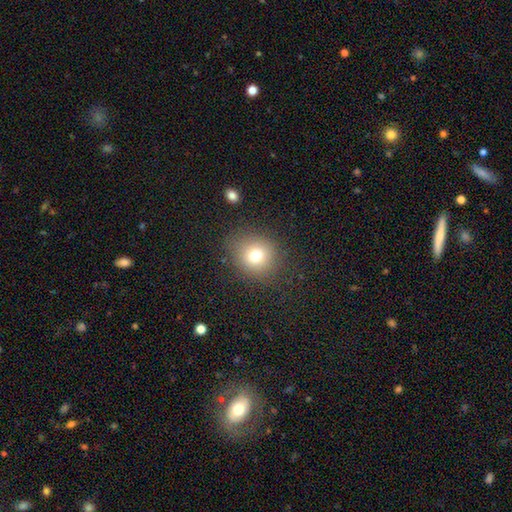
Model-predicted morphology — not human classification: smooth-or-featured: smooth: 73% | star or artifact: 15% | featured or disk: 12%
  how-rounded: round: 83% | in between: 16% | cigar-shaped: 1%
  merging: none: 83% | minor disturbance: 10% | major disturbance: 5% | merger: 2%